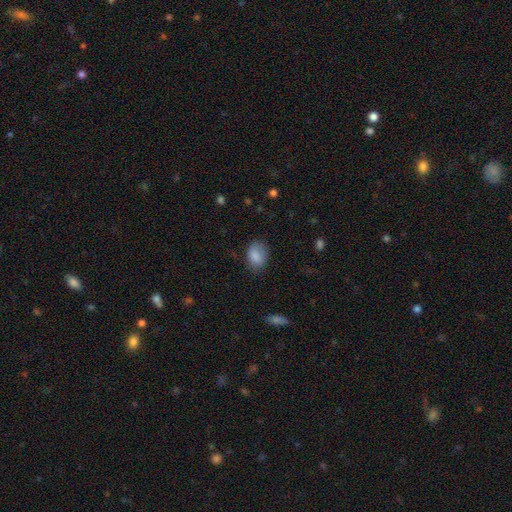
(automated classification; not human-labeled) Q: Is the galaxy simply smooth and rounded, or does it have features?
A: smooth — 85%.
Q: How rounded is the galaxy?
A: in between — 78%.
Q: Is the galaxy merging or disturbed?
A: none — 72%.